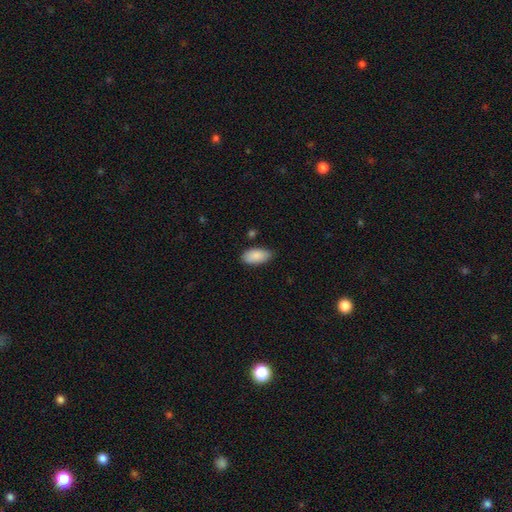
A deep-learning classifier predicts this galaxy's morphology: smooth_or_featured: smooth (p=0.89) [alt: star or artifact p=0.06]
how_rounded: in between (p=0.93) [alt: cigar-shaped p=0.04]
merging: none (p=0.79) [alt: minor disturbance p=0.16]